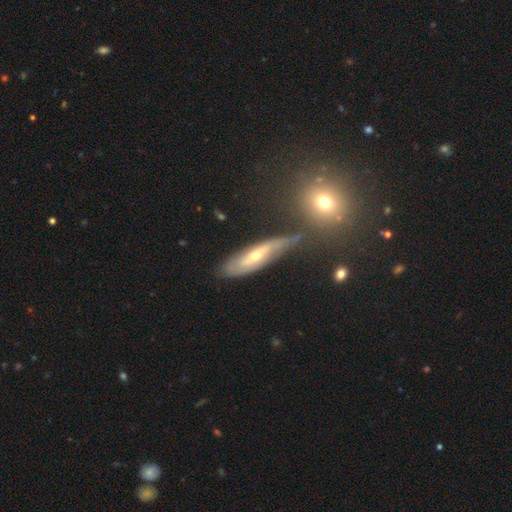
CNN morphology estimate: Smooth or featured: featured or disk — 65% (smooth — 27%)
Edge-on disk: no — 57% (yes — 43%)
Merging: none — 62% (minor disturbance — 22%)